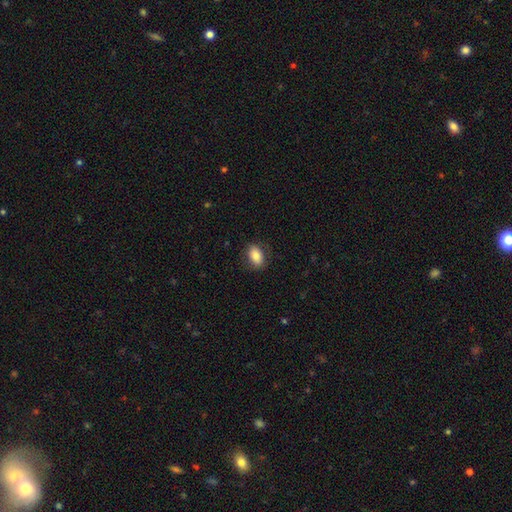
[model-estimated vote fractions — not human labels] Overall: smooth (84%). How rounded: in between (88%). Merging: none (83%).